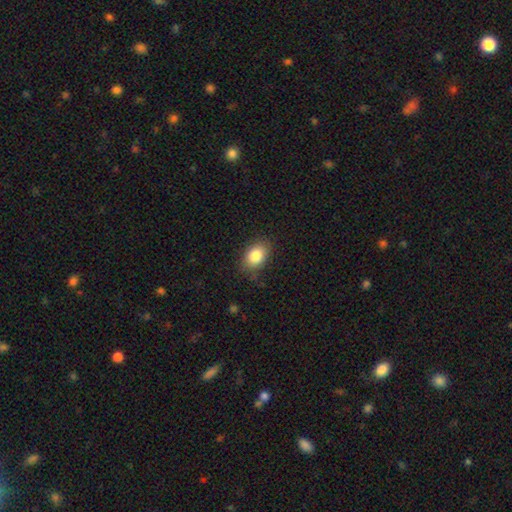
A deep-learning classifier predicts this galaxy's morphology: The model was most divided on "how rounded": in between: 79%, round: 20%, cigar-shaped: 1%. More confident: smooth or featured — smooth (84%); merging — none (79%).